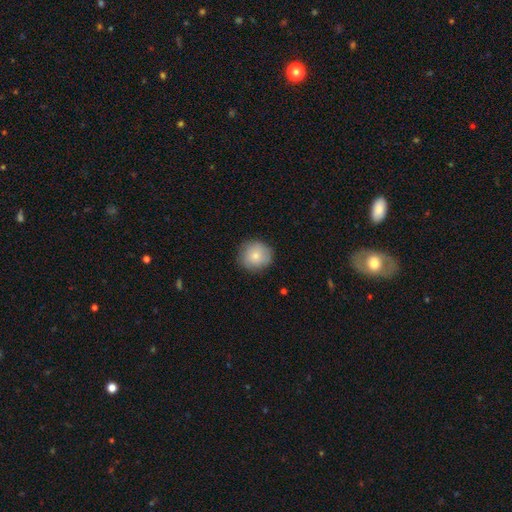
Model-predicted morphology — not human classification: Smooth or featured: smooth — 80% (featured or disk — 12%)
How rounded: round — 90% (in between — 9%)
Merging: none — 85% (minor disturbance — 11%)